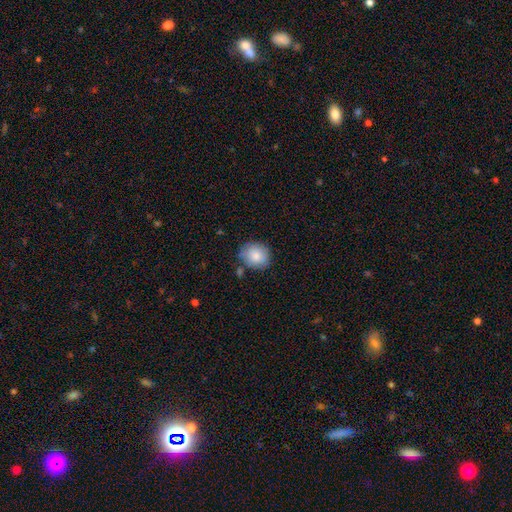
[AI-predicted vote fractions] smooth 84%, featured or disk 8%, star or artifact 7%. Down the decision tree: how rounded — round (73%); merging — none (74%).